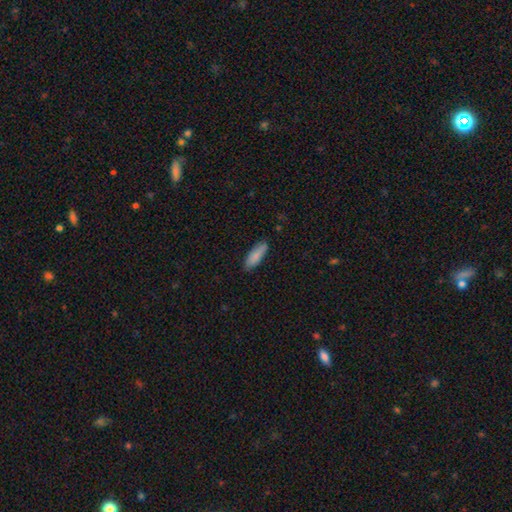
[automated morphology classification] smooth_or_featured: smooth (p=0.85) [alt: featured or disk p=0.09]
how_rounded: in between (p=0.55) [alt: cigar-shaped p=0.43]
merging: none (p=0.82) [alt: minor disturbance p=0.14]